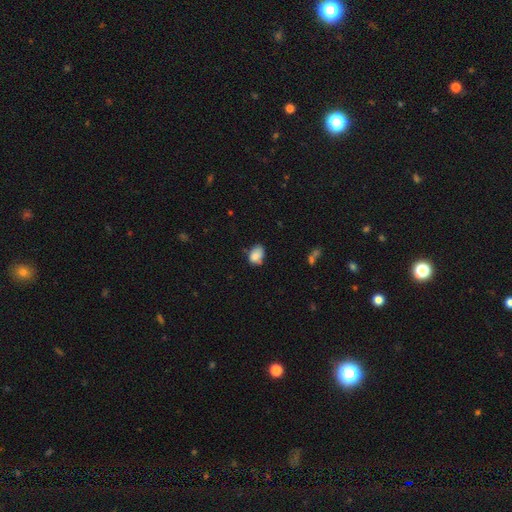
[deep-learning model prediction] Overall: smooth (81%). How rounded: in between (78%). Merging: none (50%; minor disturbance 35%).